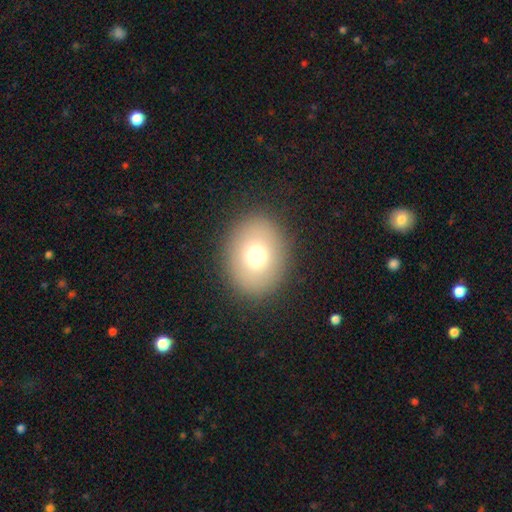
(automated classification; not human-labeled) Smooth or featured? Predicted: smooth (p=0.73). How rounded? Predicted: round (p=0.56). Merging? Predicted: none (p=0.89).